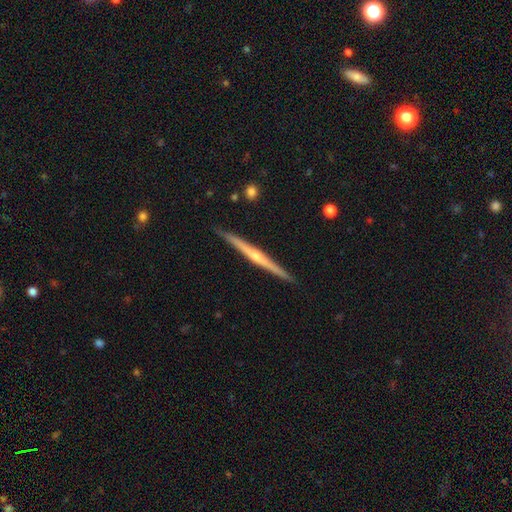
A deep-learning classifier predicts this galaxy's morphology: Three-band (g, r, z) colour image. It shows a featured or disk galaxy (79%) viewed edge-on (98%) with a rounded central bulge (76%). Merging: none (91%).